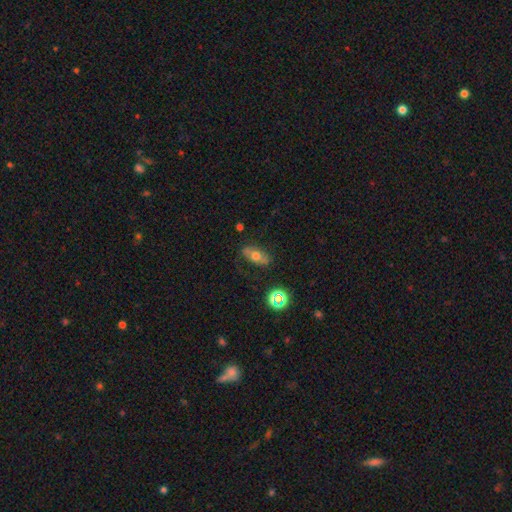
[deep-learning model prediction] A smooth galaxy with no disk features (50%) that is in between round and cigar-shaped (79%). Merging: none (76%).